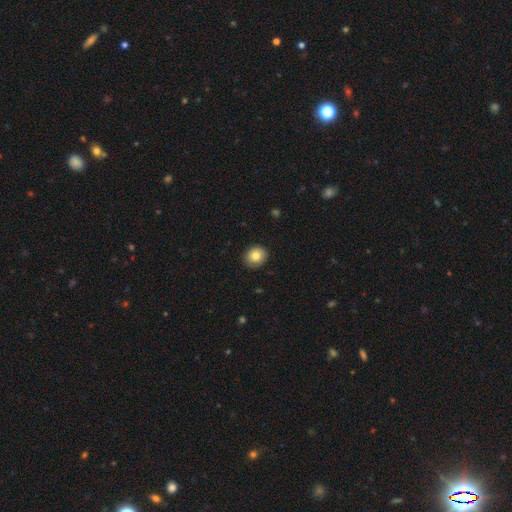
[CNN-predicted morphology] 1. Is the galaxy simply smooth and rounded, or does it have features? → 80% smooth, 11% featured or disk, 9% star or artifact.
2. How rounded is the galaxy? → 78% round, 21% in between, 1% cigar-shaped.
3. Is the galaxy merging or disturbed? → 90% none, 8% minor disturbance, 2% major disturbance, 1% merger.